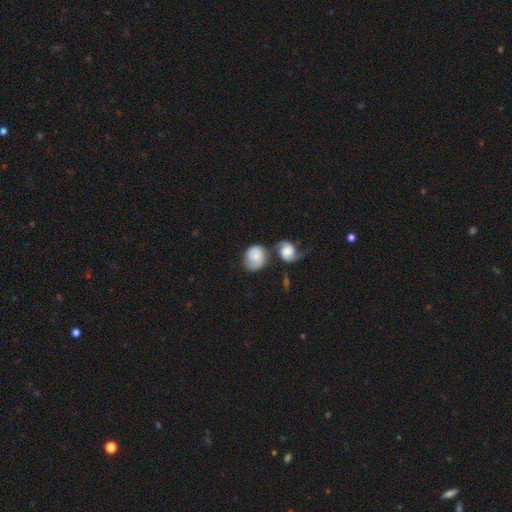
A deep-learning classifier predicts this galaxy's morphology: smooth_or_featured: smooth (p=0.50) [alt: featured or disk p=0.44]
merging: none (p=0.38) [alt: merger p=0.36]